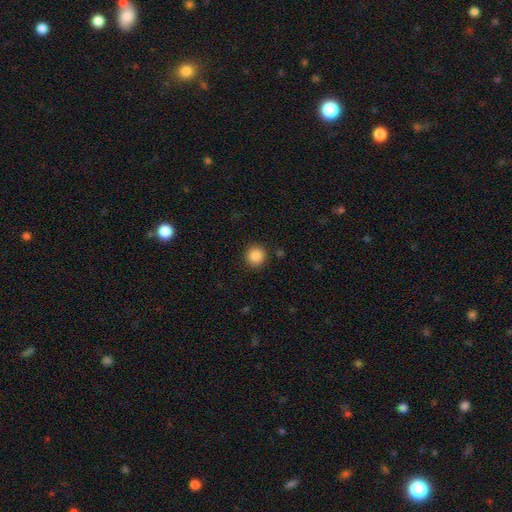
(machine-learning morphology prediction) This appears to be a smooth galaxy with no disk features (87%) that is round (94%). Merging: none (91%).